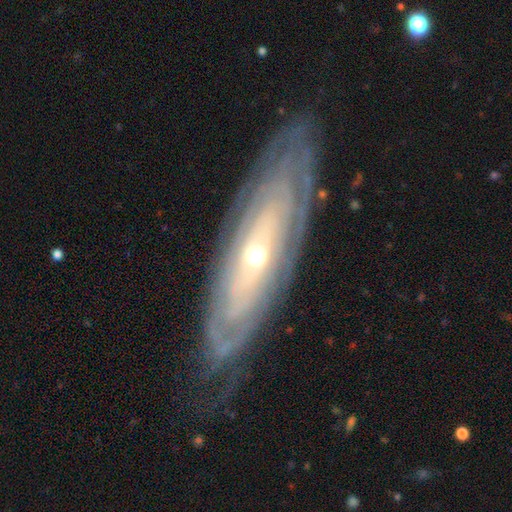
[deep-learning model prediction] The model was most divided on "bulge size": small: 56%, moderate: 39%, large: 2%, dominant: 1%, none: 1%. More confident: smooth or featured — featured or disk (84%); spiral winding — tight (83%); spiral arms — yes (81%); merging — none (80%); edge-on disk — no (78%); bar — no (78%); spiral arm count — can't tell (67%).